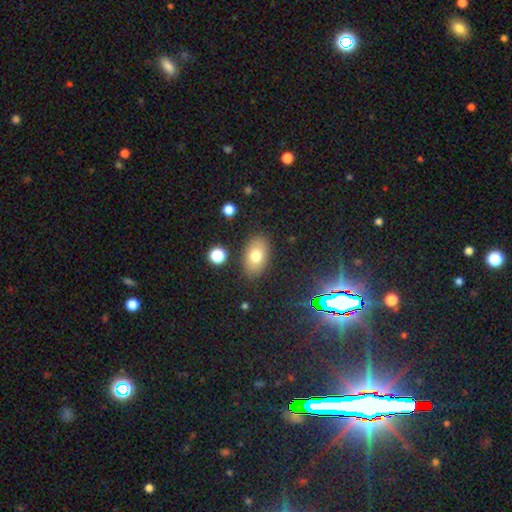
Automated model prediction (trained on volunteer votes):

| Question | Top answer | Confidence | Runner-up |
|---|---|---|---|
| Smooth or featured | smooth | 73% | featured or disk (16%) |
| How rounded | in between | 87% | round (12%) |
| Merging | none | 84% | minor disturbance (11%) |